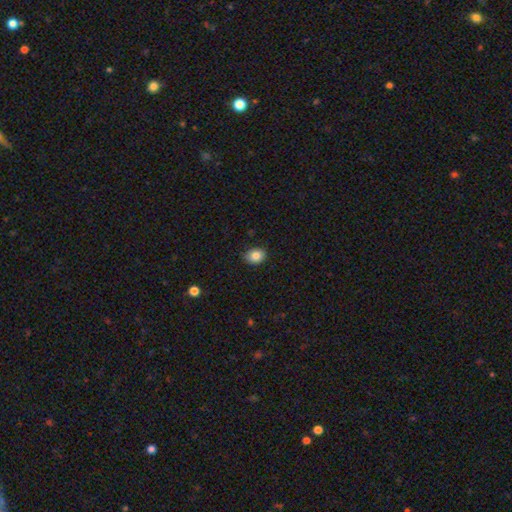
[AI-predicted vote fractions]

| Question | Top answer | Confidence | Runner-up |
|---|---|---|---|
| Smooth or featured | smooth | 85% | star or artifact (9%) |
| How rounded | in between | 57% | round (43%) |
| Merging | none | 83% | minor disturbance (13%) |